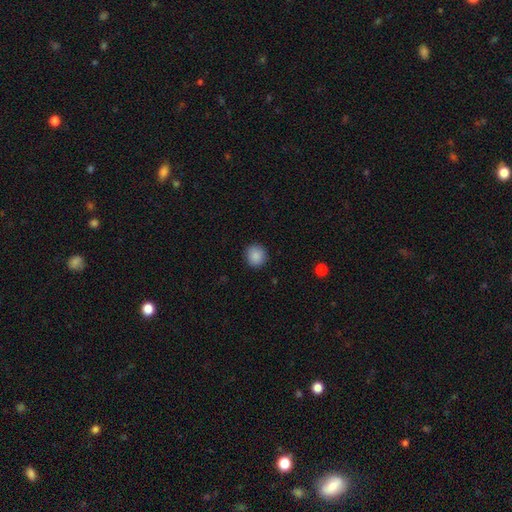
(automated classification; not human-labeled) Smooth or featured: smooth — 89% (star or artifact — 8%)
How rounded: round — 91% (in between — 8%)
Merging: none — 91% (minor disturbance — 6%)